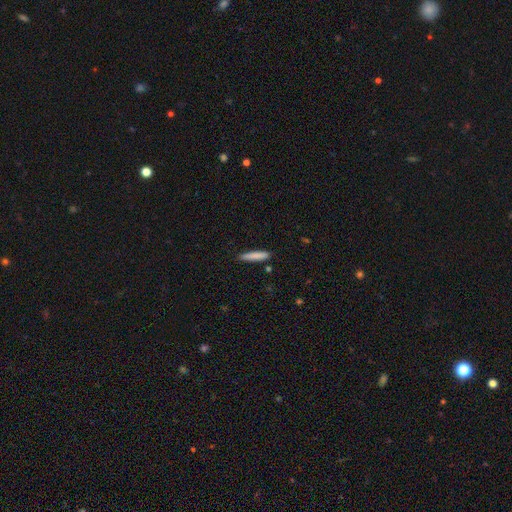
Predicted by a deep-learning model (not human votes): Morphology: type=smooth (83%); roundness=cigar-shaped (91%); merging=none (86%).